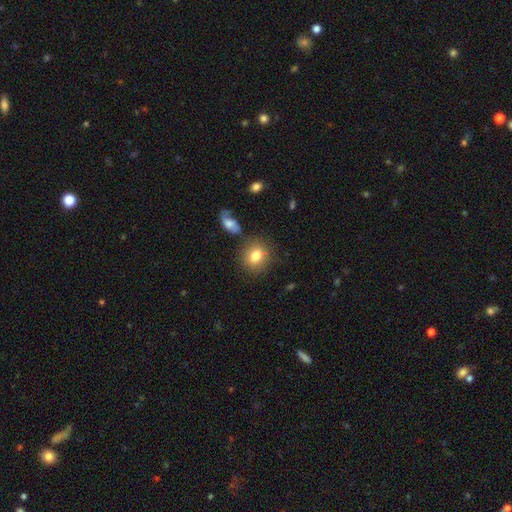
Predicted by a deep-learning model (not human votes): Smooth or featured? Predicted: smooth (p=0.81). How rounded? Predicted: round (p=0.66). Merging? Predicted: none (p=0.78).